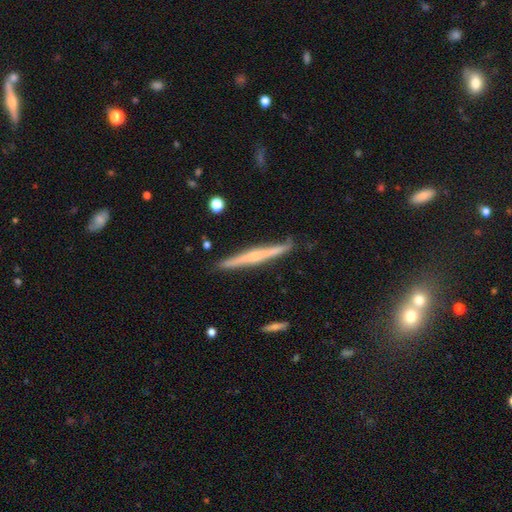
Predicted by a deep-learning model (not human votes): A featured or disk galaxy (67%) viewed edge-on (97%) with a rounded central bulge (57%).

Vote fractions:
- Smooth or featured? featured or disk: 67% / smooth: 27% / star or artifact: 6%
- Edge-on disk? yes: 97% / no: 3%
- Edge-on bulge? rounded: 57% / none: 33% / boxy: 11%
- Merging? none: 86% / minor disturbance: 11% / major disturbance: 2% / merger: 2%